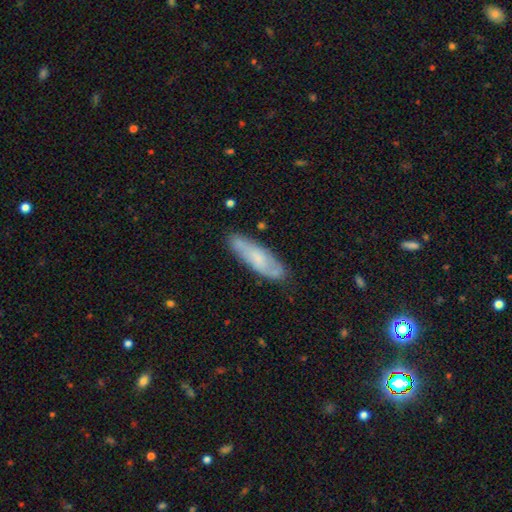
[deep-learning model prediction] Morphology: type=featured or disk (45%, tied with smooth); merging=none (80%).